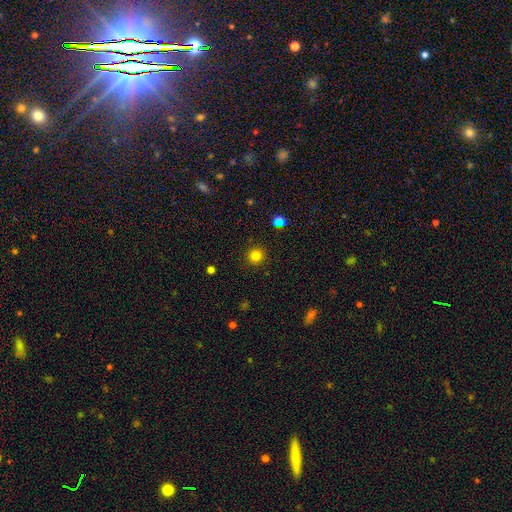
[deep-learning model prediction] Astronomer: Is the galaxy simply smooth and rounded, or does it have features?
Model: smooth — 81%.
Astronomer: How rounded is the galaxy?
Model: round — 94%.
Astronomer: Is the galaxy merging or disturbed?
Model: none — 91%.